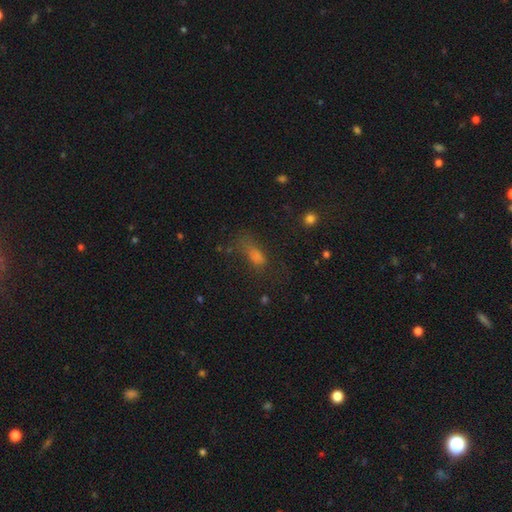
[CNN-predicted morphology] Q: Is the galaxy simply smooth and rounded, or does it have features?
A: smooth — 58%.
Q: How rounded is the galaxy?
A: in between — 64%.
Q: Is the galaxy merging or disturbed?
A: none — 46%.